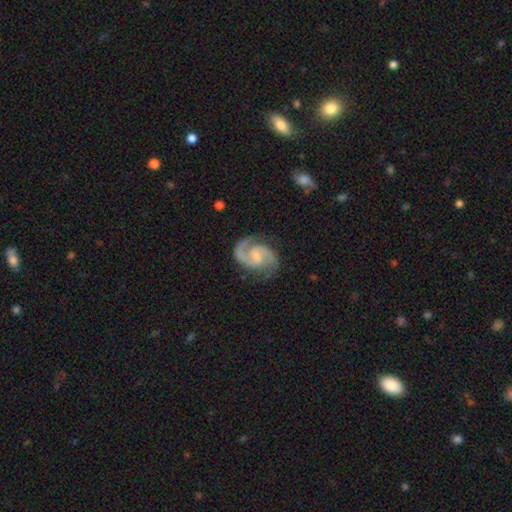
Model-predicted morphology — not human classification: Smooth or featured? Predicted: featured or disk (p=0.92). Edge-on disk? Predicted: no (p=0.98). Bar? Predicted: weak (p=0.48). Spiral arms? Predicted: yes (p=0.98). Spiral winding? Predicted: medium (p=0.61). Spiral arm count? Predicted: 2 (p=0.93). Bulge size? Predicted: small (p=0.38). Merging? Predicted: none (p=0.81).